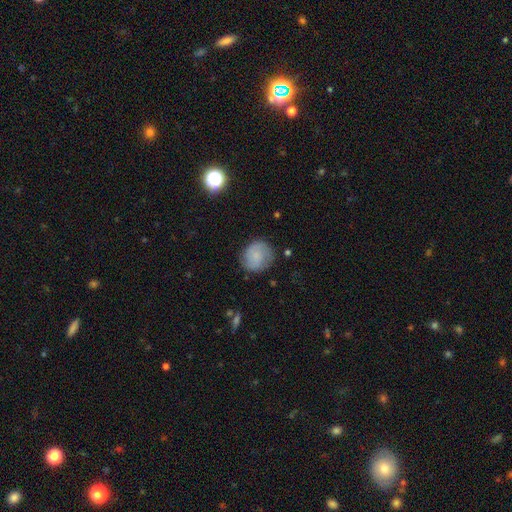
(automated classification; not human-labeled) Smooth or featured? Predicted: smooth (p=0.52). How rounded? Predicted: round (p=0.83). Merging? Predicted: none (p=0.76).